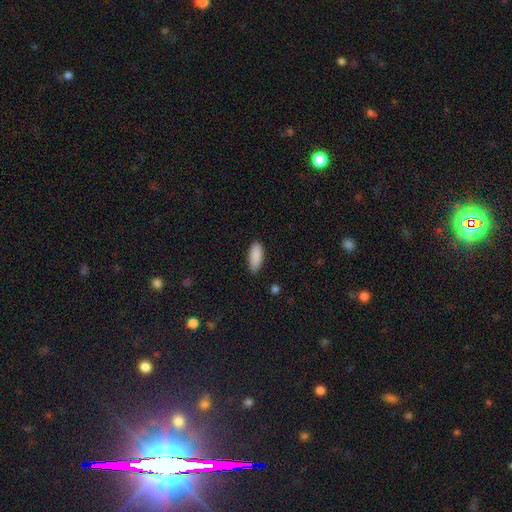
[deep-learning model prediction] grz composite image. It shows a smooth galaxy with no disk features (89%) that is in between round and cigar-shaped (80%). Merging: none (80%).